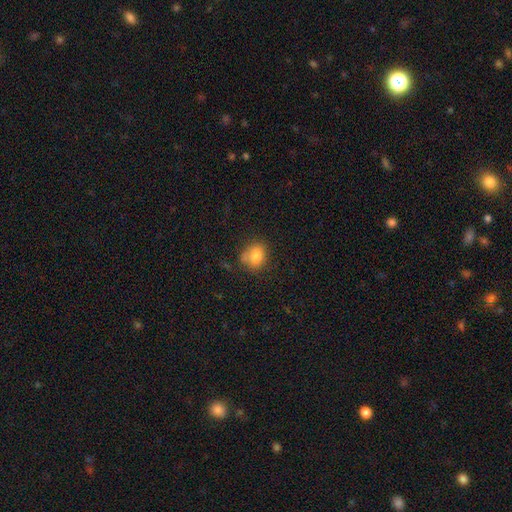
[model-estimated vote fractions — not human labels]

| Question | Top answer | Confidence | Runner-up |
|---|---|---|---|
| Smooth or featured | smooth | 83% | star or artifact (9%) |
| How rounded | round | 54% | in between (45%) |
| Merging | none | 62% | minor disturbance (24%) |